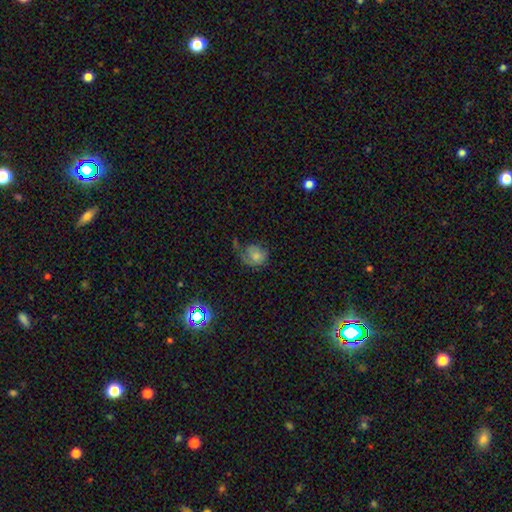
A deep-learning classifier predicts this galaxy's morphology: This is likely a smooth galaxy (62%). How rounded: likely round (63%). Merging: marginally none (36%).